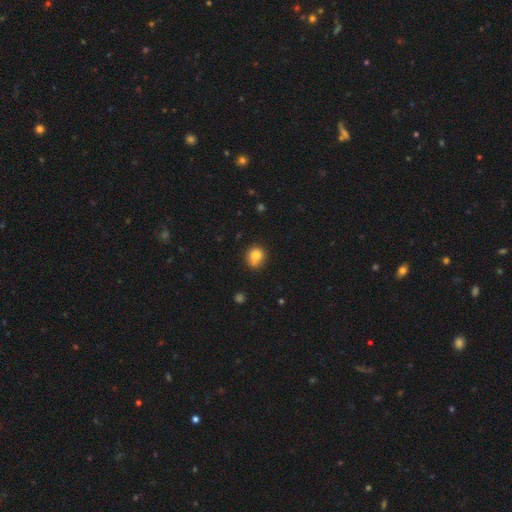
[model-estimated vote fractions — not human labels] smooth-or-featured: smooth: 80% | star or artifact: 11% | featured or disk: 10%
  how-rounded: round: 70% | in between: 29% | cigar-shaped: 1%
  merging: none: 53% | minor disturbance: 25% | merger: 15% | major disturbance: 8%